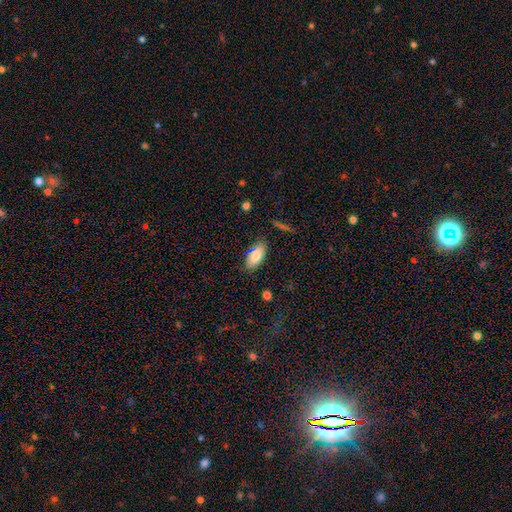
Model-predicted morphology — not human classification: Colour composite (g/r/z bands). It shows a smooth galaxy with no disk features (78%) that is in between round and cigar-shaped (90%). Merging: none (79%).